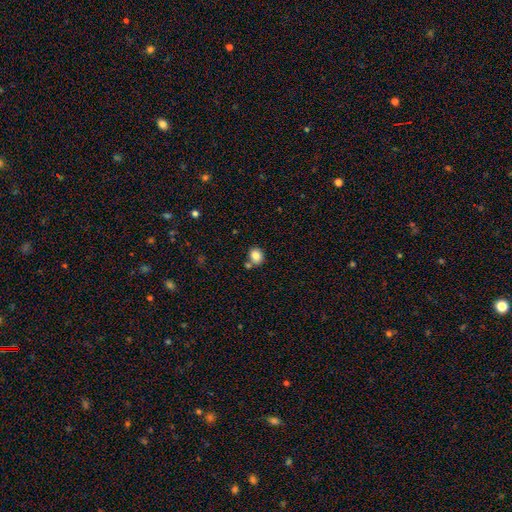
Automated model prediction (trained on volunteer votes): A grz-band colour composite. It shows a smooth galaxy with no disk features (82%) that is round (63%). Merging: none (65%).